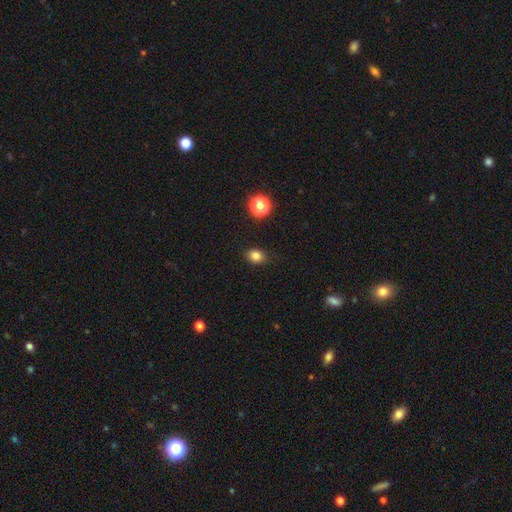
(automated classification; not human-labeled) Smooth or featured: smooth — 82% (star or artifact — 13%)
How rounded: in between — 52% (round — 47%)
Merging: none — 87% (minor disturbance — 9%)